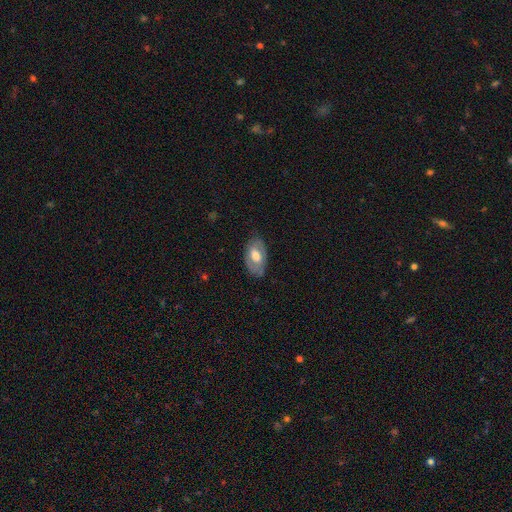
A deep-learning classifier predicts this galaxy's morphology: A smooth galaxy with no disk features (48%). Merging: none (73%).